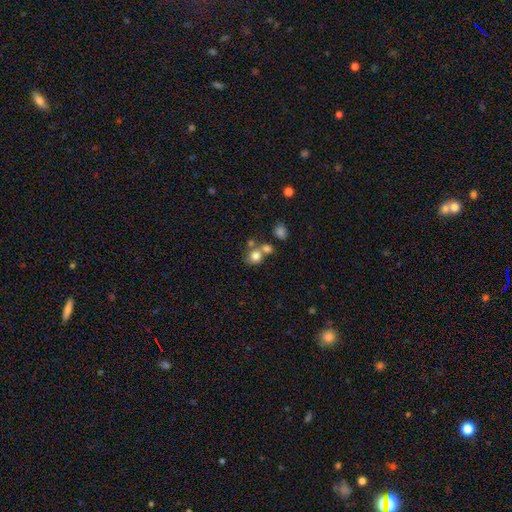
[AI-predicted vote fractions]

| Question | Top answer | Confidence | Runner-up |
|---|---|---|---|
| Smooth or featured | smooth | 78% | star or artifact (11%) |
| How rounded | round | 71% | in between (28%) |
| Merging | none | 44% | merger (40%) |